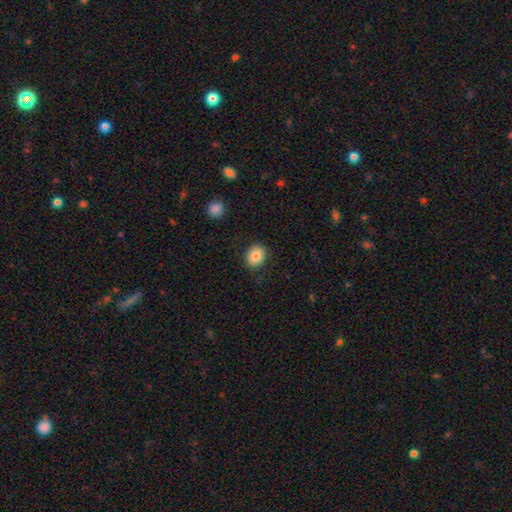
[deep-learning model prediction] Smooth or featured? smooth (83%)
How rounded? round (65%)
Merging? none (87%)